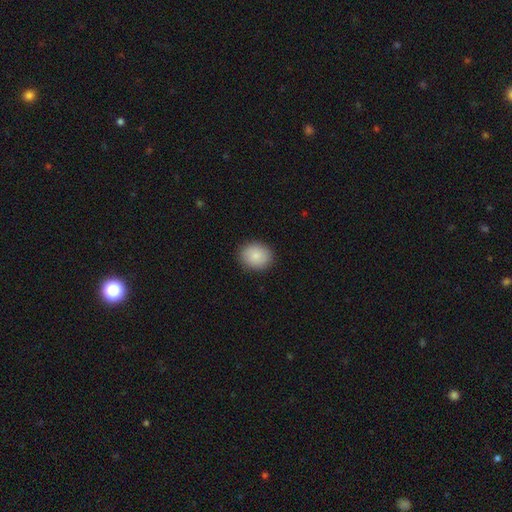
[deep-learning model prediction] smooth_or_featured: smooth (p=0.87) [alt: star or artifact p=0.07]
how_rounded: round (p=0.59) [alt: in between p=0.40]
merging: none (p=0.89) [alt: minor disturbance p=0.08]